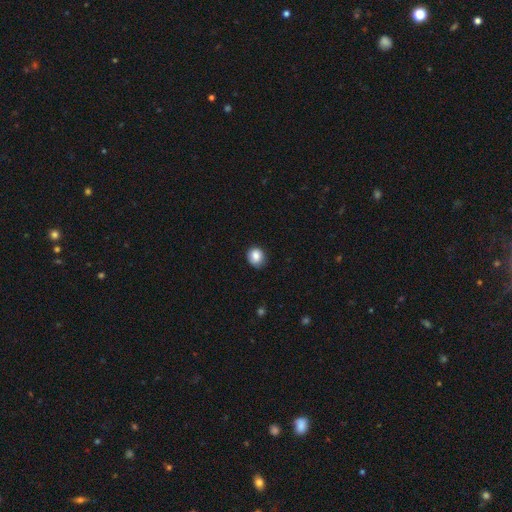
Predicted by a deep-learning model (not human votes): A smooth galaxy with no disk features (84%) that is round (77%). Merging: none (82%).